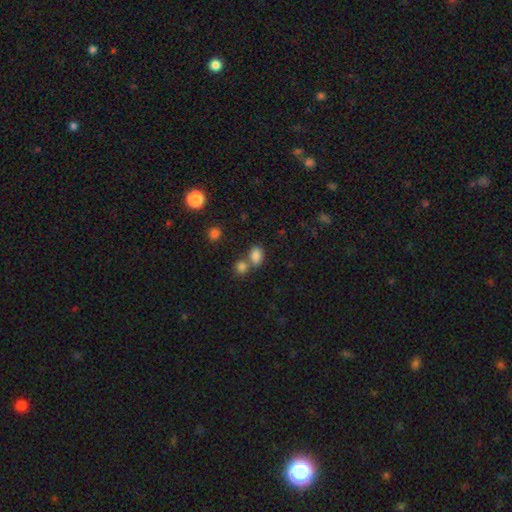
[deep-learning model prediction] Morphology: type=smooth (83%); roundness=in between (77%); merging=none (48%).